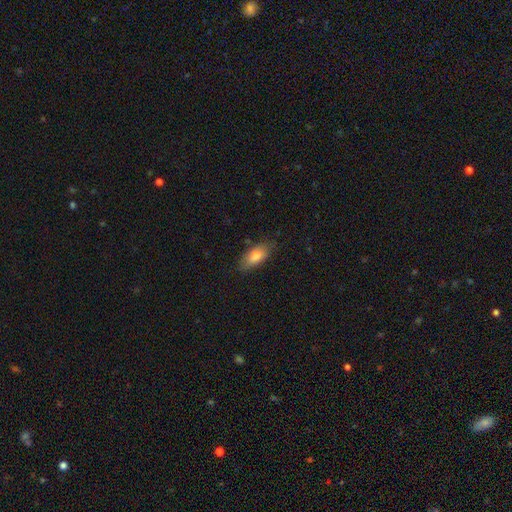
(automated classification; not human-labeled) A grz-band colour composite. It shows a smooth galaxy with no disk features (81%) that is in between round and cigar-shaped (85%). Merging: none (79%).